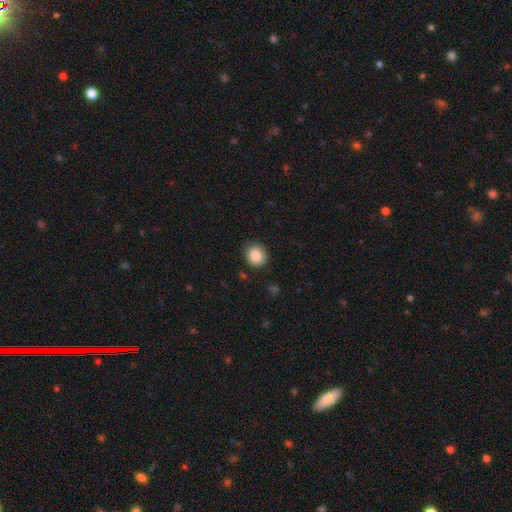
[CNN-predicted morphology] Overall: smooth (88%). How rounded: round (82%). Merging: none (87%).